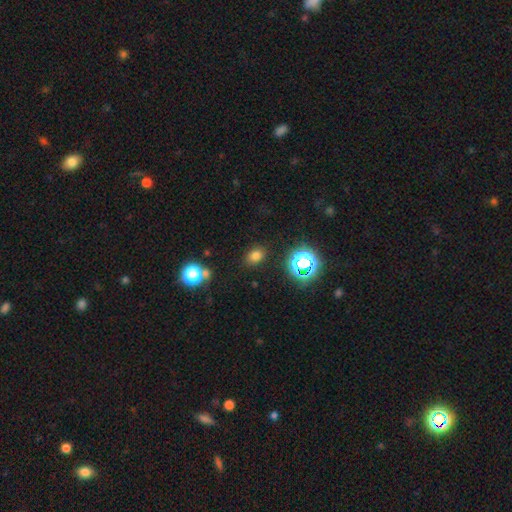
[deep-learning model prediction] Smooth or featured? Predicted: smooth (p=0.71). How rounded? Predicted: in between (p=0.64). Merging? Predicted: none (p=0.84).